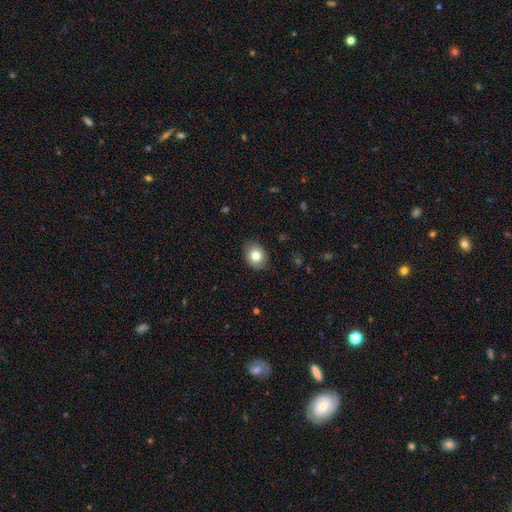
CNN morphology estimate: Smooth or featured?
  - smooth: 80% *
  - featured or disk: 11%
  - star or artifact: 9%
How rounded?
  - round: 56% *
  - in between: 43%
  - cigar-shaped: 1%
Merging?
  - none: 87% *
  - minor disturbance: 10%
  - major disturbance: 2%
  - merger: 1%